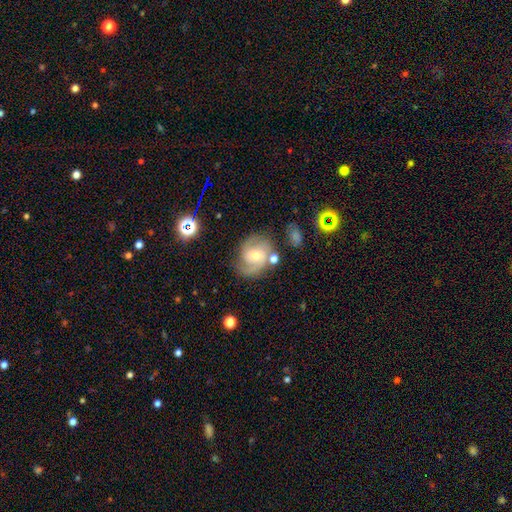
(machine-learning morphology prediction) The model was most divided on "bulge size": moderate: 48%, small: 47%, large: 3%, none: 2%, dominant: 1%. Remaining: edge-on disk — no (97%); spiral arms — yes (92%); smooth or featured — featured or disk (74%); merging — none (64%); spiral arm count — 2 (61%); bar — no (53%); spiral winding — medium (47%).